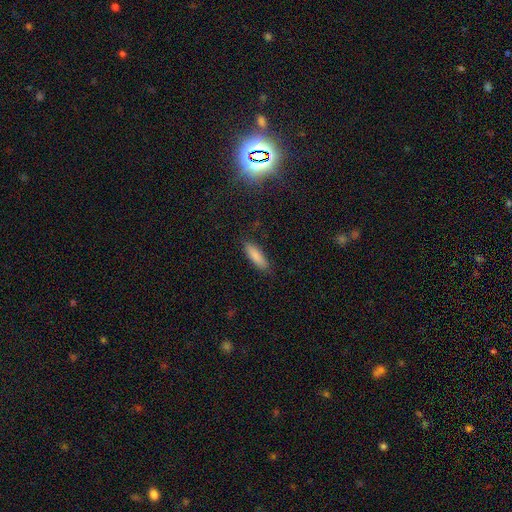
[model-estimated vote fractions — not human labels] smooth_or_featured: smooth (p=0.85) [alt: featured or disk p=0.08]
how_rounded: cigar-shaped (p=0.56) [alt: in between p=0.43]
merging: none (p=0.85) [alt: minor disturbance p=0.11]